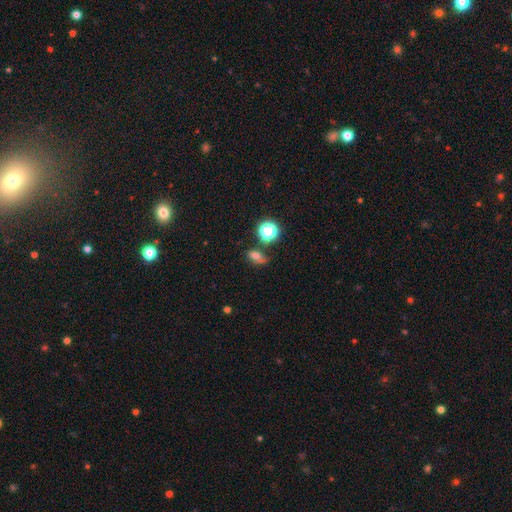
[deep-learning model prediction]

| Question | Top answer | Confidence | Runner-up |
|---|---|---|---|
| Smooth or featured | smooth | 65% | star or artifact (20%) |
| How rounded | in between | 71% | round (24%) |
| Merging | none | 55% | minor disturbance (26%) |